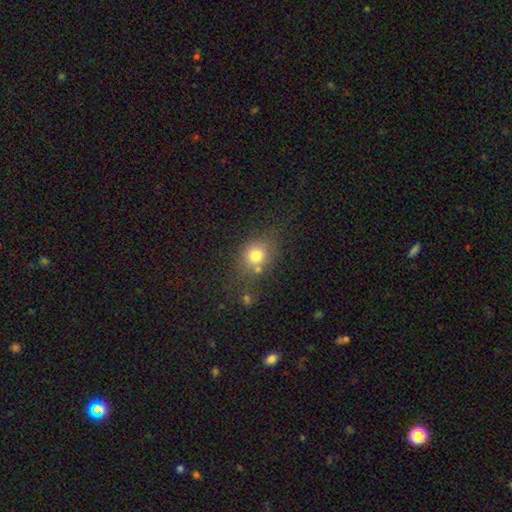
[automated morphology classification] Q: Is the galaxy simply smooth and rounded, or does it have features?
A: smooth — 77%.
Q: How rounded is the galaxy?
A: round — 60%.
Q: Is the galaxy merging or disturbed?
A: none — 63%.